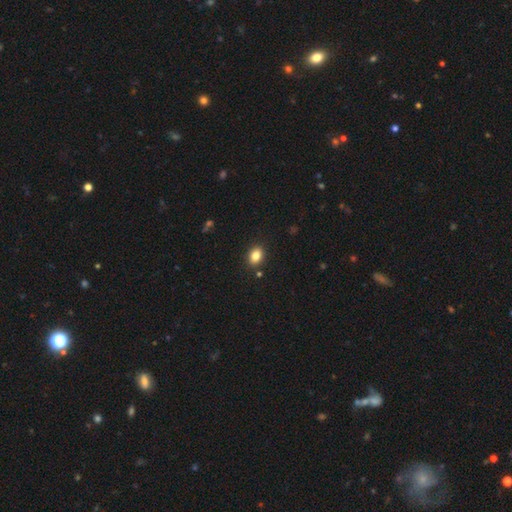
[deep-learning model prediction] Smooth or featured? Predicted: smooth (p=0.84). How rounded? Predicted: in between (p=0.69). Merging? Predicted: none (p=0.87).